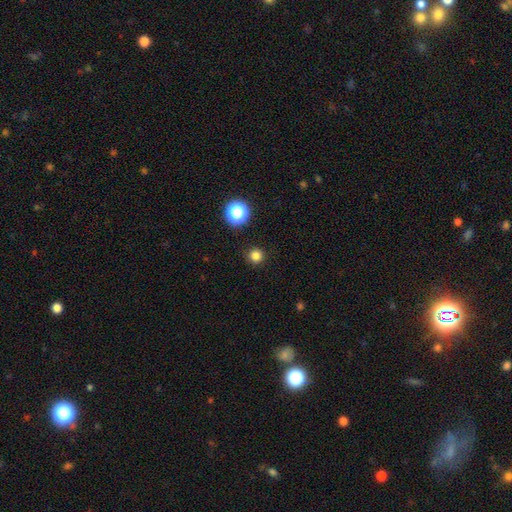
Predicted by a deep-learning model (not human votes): Overall: smooth (81%). How rounded: round (95%). Merging: none (91%).